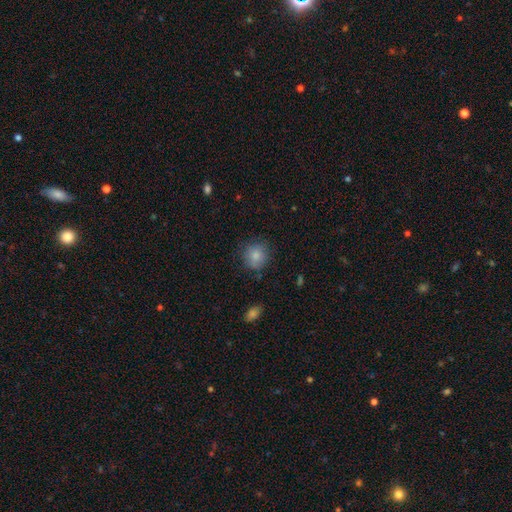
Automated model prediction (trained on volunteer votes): This appears to be a smooth galaxy with no disk features (83%) that is round (87%). Merging: none (78%).